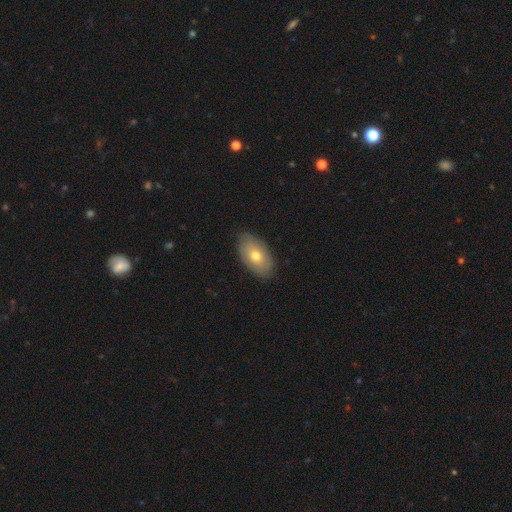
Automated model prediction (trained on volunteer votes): smooth-or-featured: smooth: 67% | featured or disk: 27% | star or artifact: 6%
  how-rounded: in between: 93% | round: 5% | cigar-shaped: 2%
  merging: none: 84% | minor disturbance: 13% | major disturbance: 2% | merger: 1%